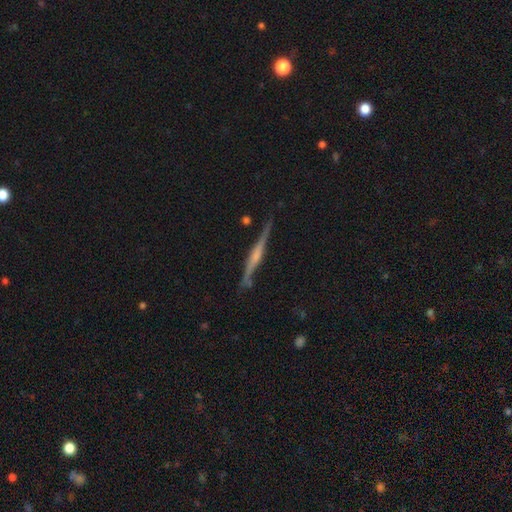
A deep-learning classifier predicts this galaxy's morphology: type=featured or disk (77%); edge-on=yes (96%); edge-on bulge=rounded (53%); merging=none (79%).